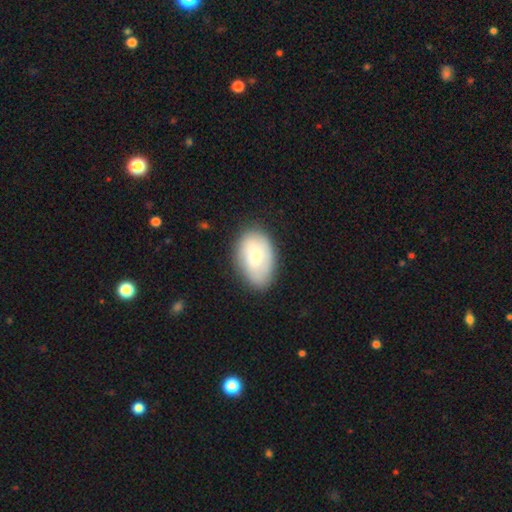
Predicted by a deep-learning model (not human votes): The model was most divided on "smooth or featured": smooth: 58%, featured or disk: 36%, star or artifact: 7%. More confident: how rounded — in between (86%); merging — none (77%).